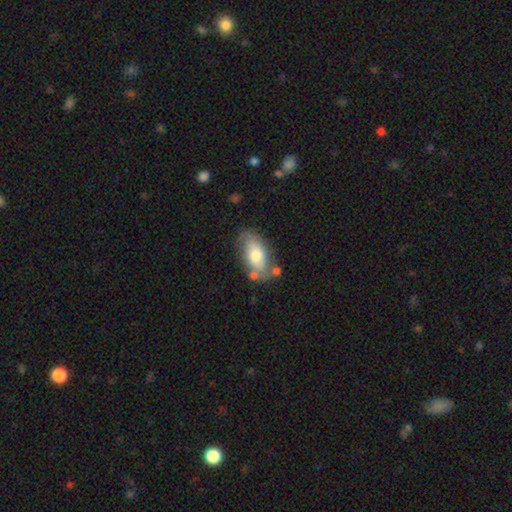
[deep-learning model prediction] smooth-or-featured: smooth: 63% | featured or disk: 31% | star or artifact: 7%
  how-rounded: in between: 91% | round: 4% | cigar-shaped: 4%
  merging: none: 59% | minor disturbance: 22% | merger: 11% | major disturbance: 8%